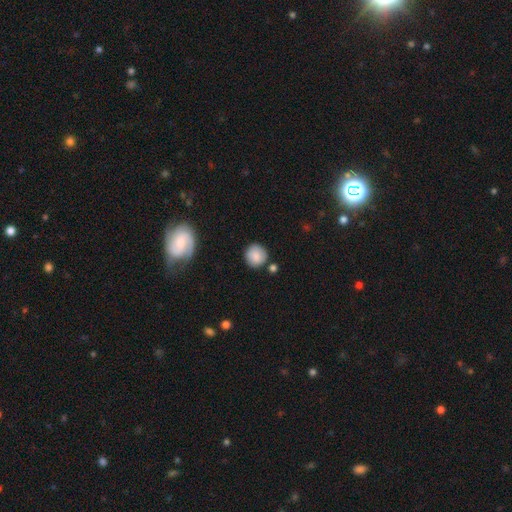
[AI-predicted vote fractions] Smooth or featured?
  - smooth: 83% *
  - featured or disk: 9%
  - star or artifact: 8%
How rounded?
  - round: 92% *
  - in between: 7%
  - cigar-shaped: 1%
Merging?
  - none: 80% *
  - minor disturbance: 11%
  - merger: 5%
  - major disturbance: 3%